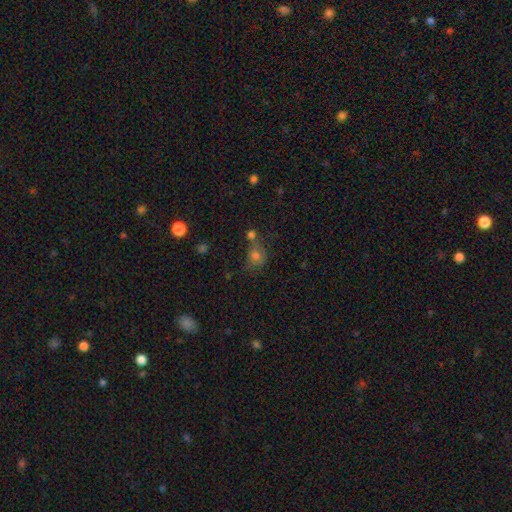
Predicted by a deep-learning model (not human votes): Smooth or featured: smooth — 66% (star or artifact — 20%)
How rounded: round — 66% (in between — 32%)
Merging: none — 51% (minor disturbance — 20%)